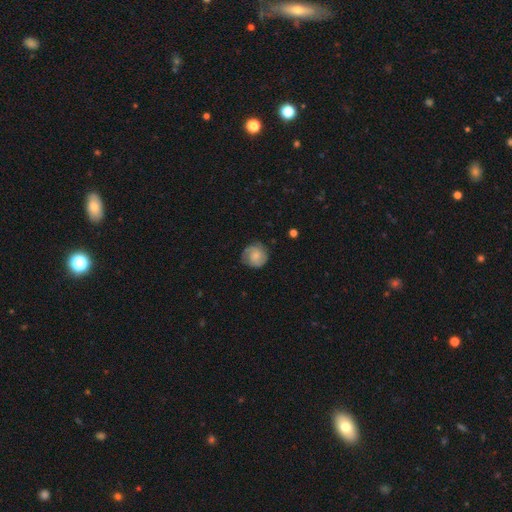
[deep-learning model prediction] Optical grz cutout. It shows a featured or disk galaxy (47%). Merging: none (77%).